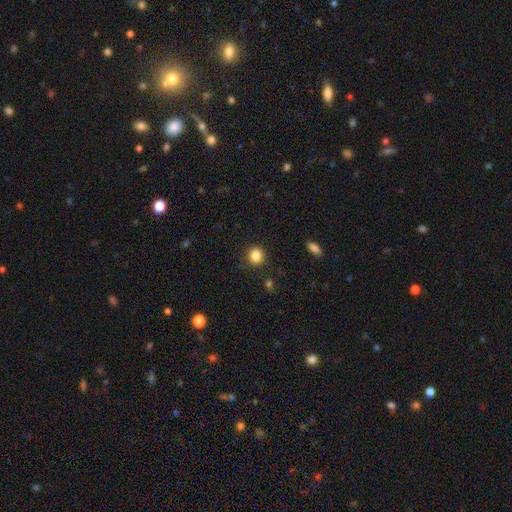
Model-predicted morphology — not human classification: This appears to be a smooth galaxy with no disk features (84%) that is round (75%). Merging: none (88%).